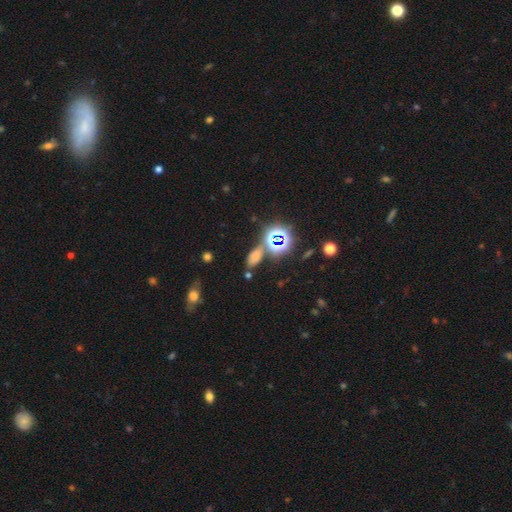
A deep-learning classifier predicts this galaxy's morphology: smooth_or_featured: smooth (p=0.52) [alt: star or artifact p=0.39]
how_rounded: in between (p=0.83) [alt: round p=0.12]
merging: none (p=0.65) [alt: minor disturbance p=0.16]